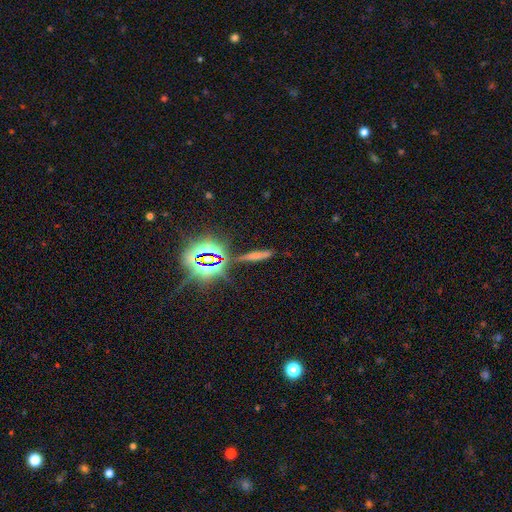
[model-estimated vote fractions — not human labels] smooth 50%, star or artifact 30%, featured or disk 20%. Down the decision tree: how rounded — cigar-shaped (82%); merging — none (74%).